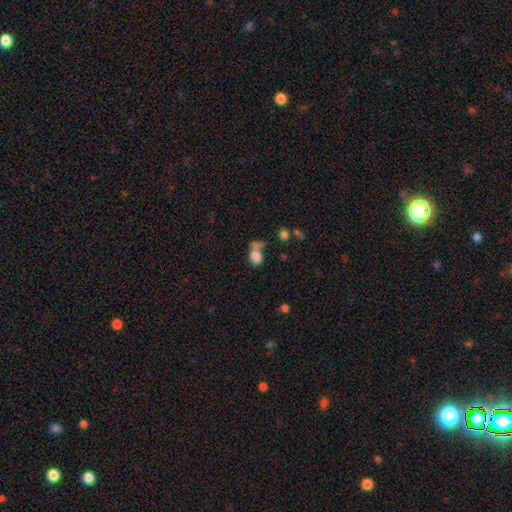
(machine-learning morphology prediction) smooth 79%, star or artifact 11%, featured or disk 10%. Down the decision tree: how rounded — in between (65%); merging — merger (42%).